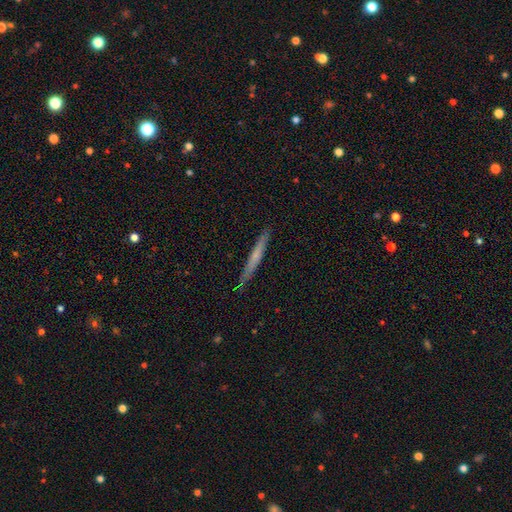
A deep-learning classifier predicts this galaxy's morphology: Smooth or featured: smooth — 49% (featured or disk — 45%)
Merging: none — 89% (minor disturbance — 8%)